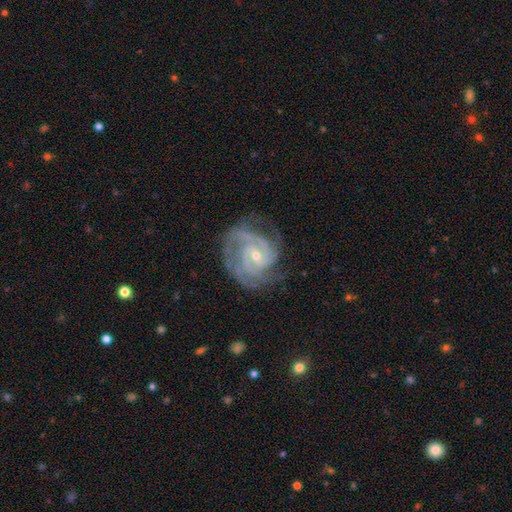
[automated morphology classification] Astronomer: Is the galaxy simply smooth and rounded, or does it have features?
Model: featured or disk — 91%.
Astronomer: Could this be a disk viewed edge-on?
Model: no — 98%.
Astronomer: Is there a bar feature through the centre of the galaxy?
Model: no — 51% (runner-up: weak, 38%).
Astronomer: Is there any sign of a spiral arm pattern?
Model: yes — 98%.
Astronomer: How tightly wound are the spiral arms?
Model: tight — 65%.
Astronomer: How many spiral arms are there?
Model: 3 — 42% (runner-up: 2, 23%).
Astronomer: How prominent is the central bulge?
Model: small — 64%.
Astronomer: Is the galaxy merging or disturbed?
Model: none — 71%.